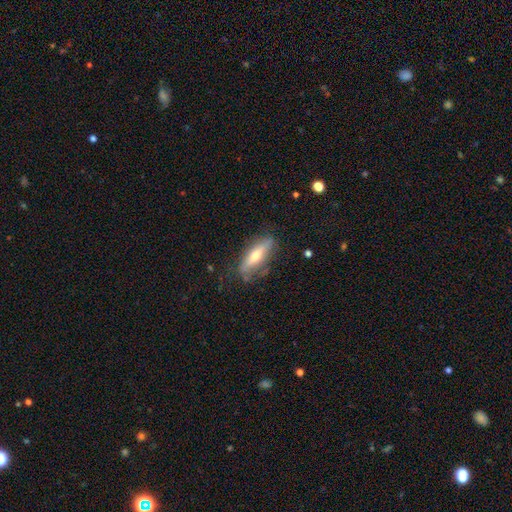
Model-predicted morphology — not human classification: Smooth or featured? Predicted: featured or disk (p=0.48). Merging? Predicted: none (p=0.73).